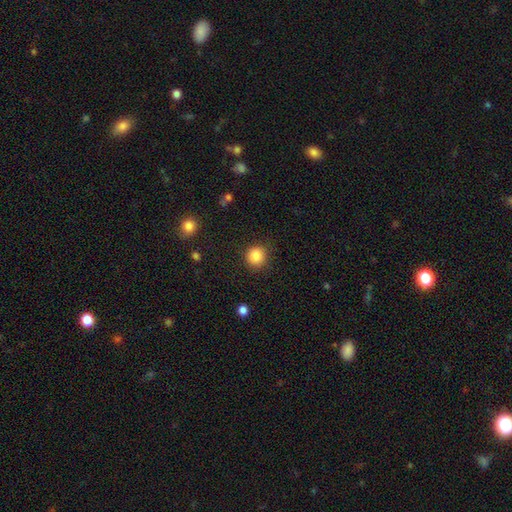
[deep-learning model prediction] The model was most divided on "merging": none: 85%, minor disturbance: 10%, major disturbance: 3%, merger: 1%. More confident: how rounded — round (89%); smooth or featured — smooth (86%).